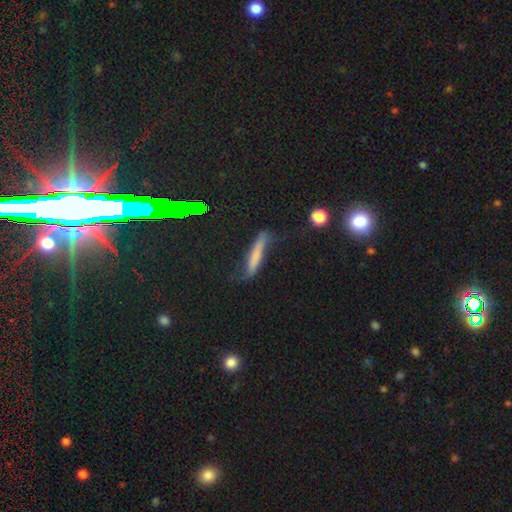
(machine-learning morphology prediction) Smooth or featured: smooth — 59% (featured or disk — 30%)
How rounded: cigar-shaped — 89% (in between — 8%)
Merging: none — 52% (minor disturbance — 30%)